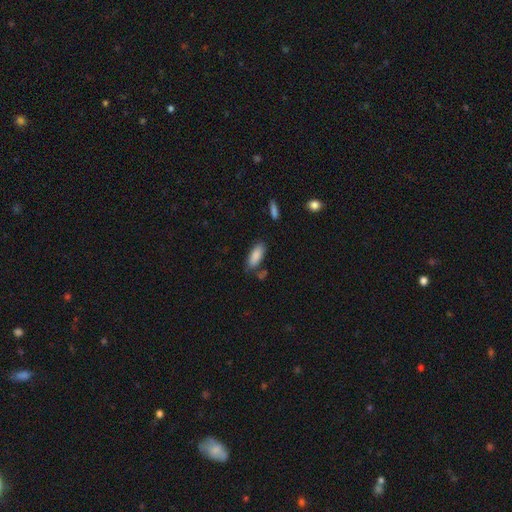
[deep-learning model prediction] smooth 86%, featured or disk 7%, star or artifact 6%. Down the decision tree: how rounded — in between (77%); merging — none (71%).